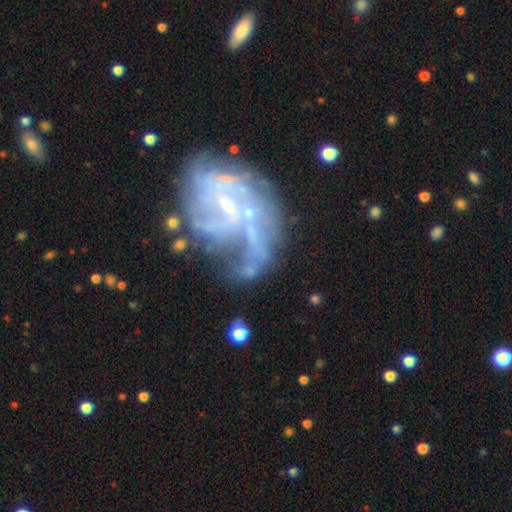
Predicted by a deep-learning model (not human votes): Smooth or featured? featured or disk (78%)
Edge-on disk? no (98%)
Bar? no (50%)
Spiral arms? yes (73%)
Spiral winding? medium (37%)
Spiral arm count? can't tell (40%)
Bulge size? small (69%)
Merging? none (37%)